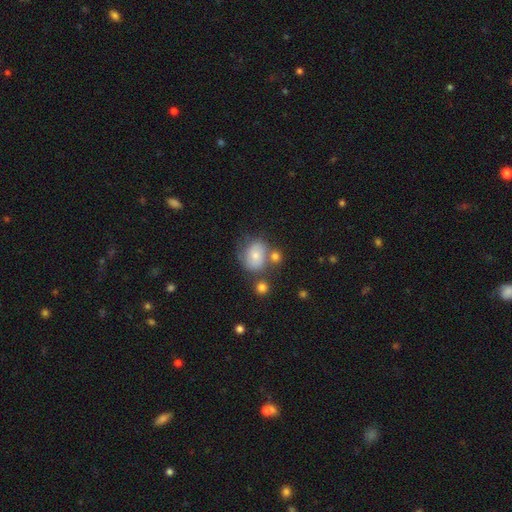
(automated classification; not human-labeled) This appears to be a smooth galaxy with no disk features (66%) that is round (60%). Merging: none (47%).